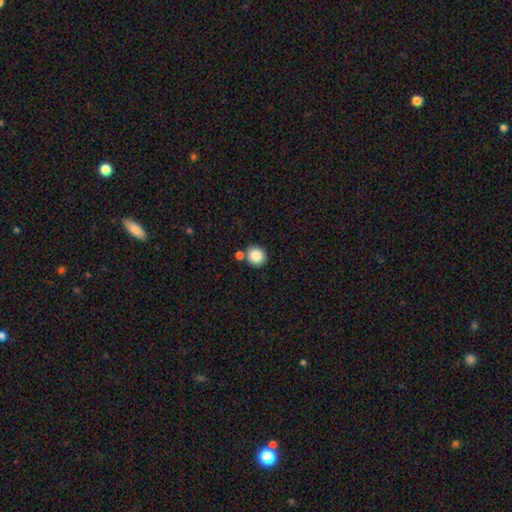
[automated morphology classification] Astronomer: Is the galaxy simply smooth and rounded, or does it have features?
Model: smooth — 86%.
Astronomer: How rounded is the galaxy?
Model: round — 87%.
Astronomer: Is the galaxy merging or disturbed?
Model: none — 75%.